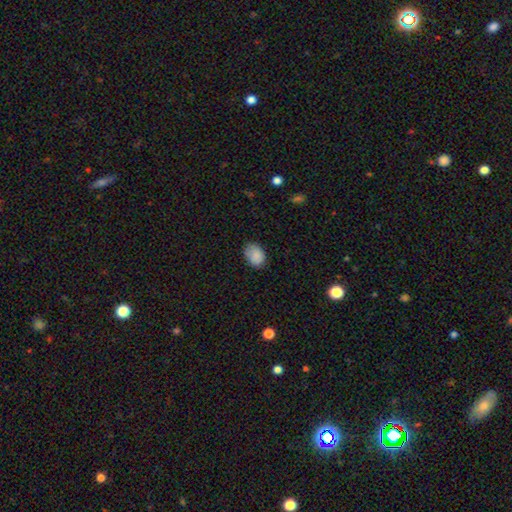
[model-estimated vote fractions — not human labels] Smooth or featured: smooth — 86% (star or artifact — 8%)
How rounded: in between — 75% (round — 24%)
Merging: none — 72% (minor disturbance — 23%)